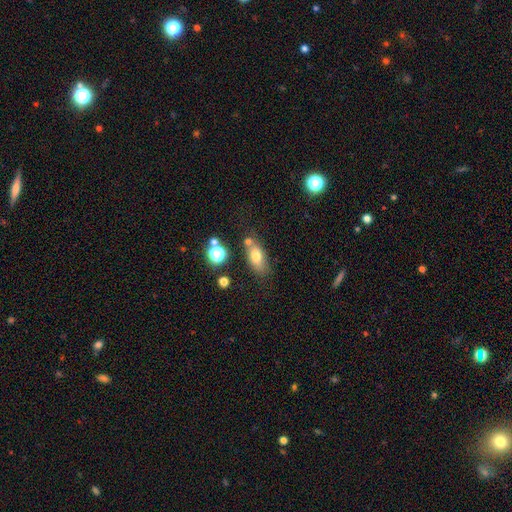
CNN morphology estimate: This is likely a smooth galaxy (72%). How rounded: likely in between (76%). Merging: likely none (66%).